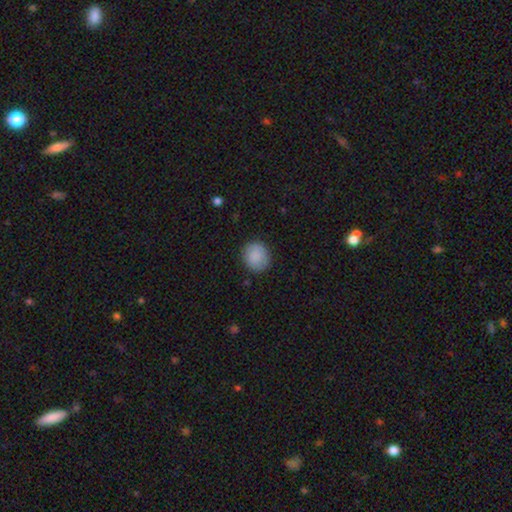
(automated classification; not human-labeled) Overall: smooth (88%). How rounded: round (78%). Merging: none (87%).